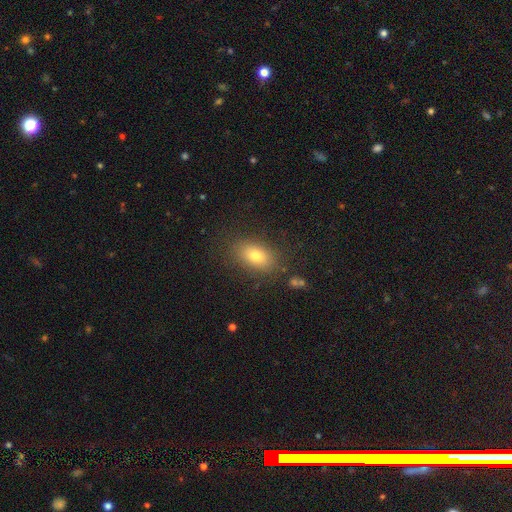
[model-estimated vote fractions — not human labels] Smooth or featured? smooth (74%)
How rounded? in between (82%)
Merging? none (83%)